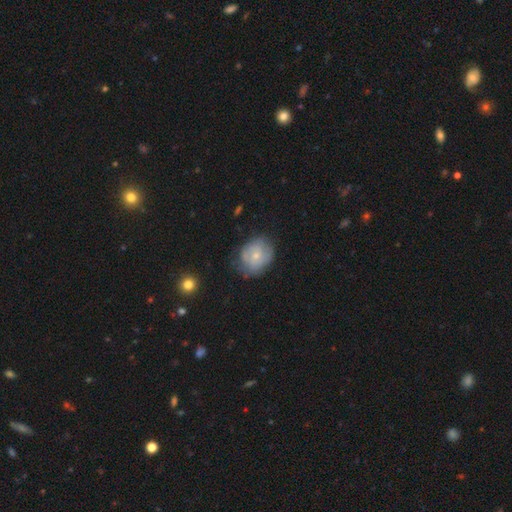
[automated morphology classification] smooth-or-featured: featured or disk: 48% | smooth: 45% | star or artifact: 7%
  merging: none: 63% | minor disturbance: 26% | major disturbance: 9% | merger: 2%